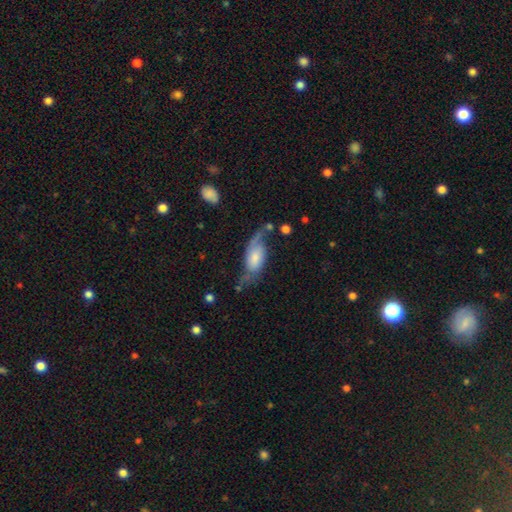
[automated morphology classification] smooth_or_featured: featured or disk (p=0.68) [alt: smooth p=0.23]
disk_edge_on: no (p=0.88) [alt: yes p=0.12]
bar: no (p=0.60) [alt: weak p=0.31]
has_spiral_arms: yes (p=0.90) [alt: no p=0.10]
spiral_winding: loose (p=0.64) [alt: medium p=0.27]
spiral_arm_count: 2 (p=0.82) [alt: 1 p=0.09]
bulge_size: moderate (p=0.34) [alt: small p=0.30]
merging: none (p=0.52) [alt: minor disturbance p=0.24]